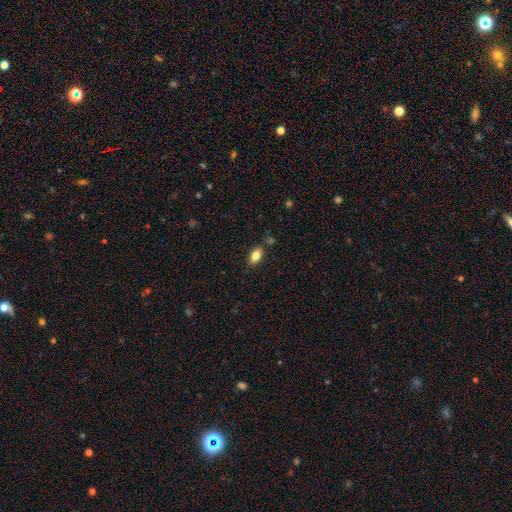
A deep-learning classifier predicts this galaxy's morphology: This appears to be a smooth galaxy with no disk features (83%) that is in between round and cigar-shaped (89%). Merging: none (81%).